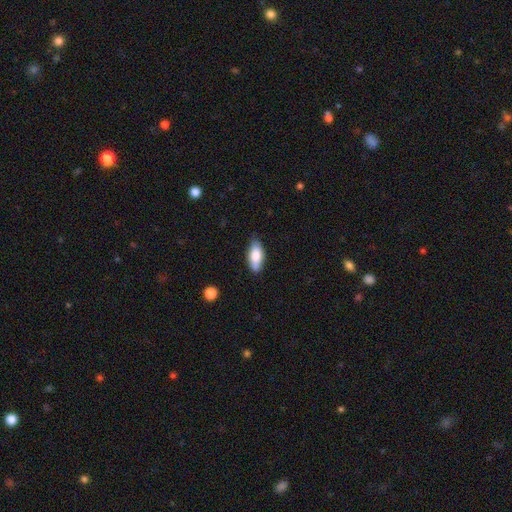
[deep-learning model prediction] smooth_or_featured: smooth (p=0.79) [alt: featured or disk p=0.14]
how_rounded: in between (p=0.85) [alt: cigar-shaped p=0.13]
merging: none (p=0.81) [alt: minor disturbance p=0.15]